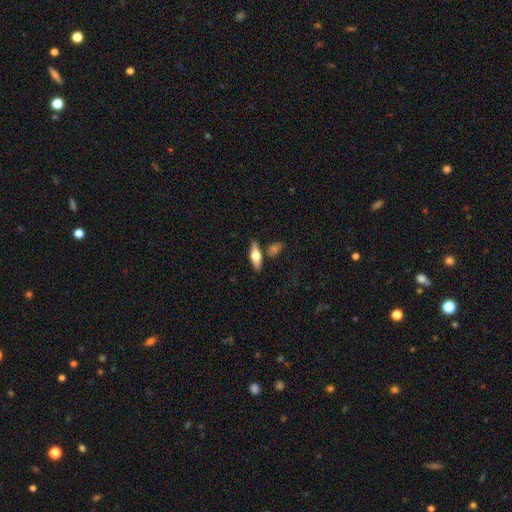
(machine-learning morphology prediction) Overall: featured or disk (54%; smooth 40%). Edge-on disk: yes (92%). Merging: none (77%).